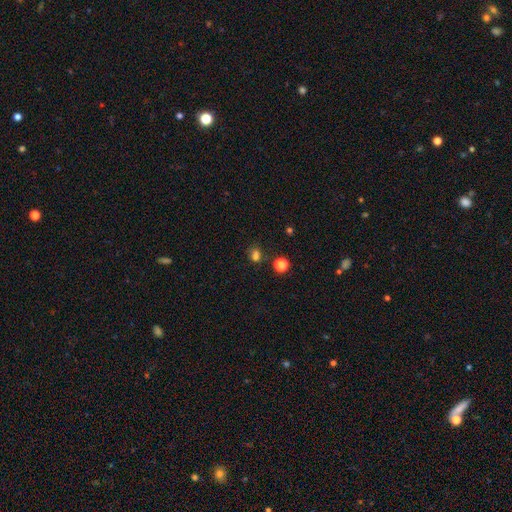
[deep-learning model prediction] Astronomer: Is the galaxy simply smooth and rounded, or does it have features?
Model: smooth — 69%.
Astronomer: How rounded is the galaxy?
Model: round — 58% (runner-up: in between, 41%).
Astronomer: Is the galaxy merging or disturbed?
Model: none — 63%.